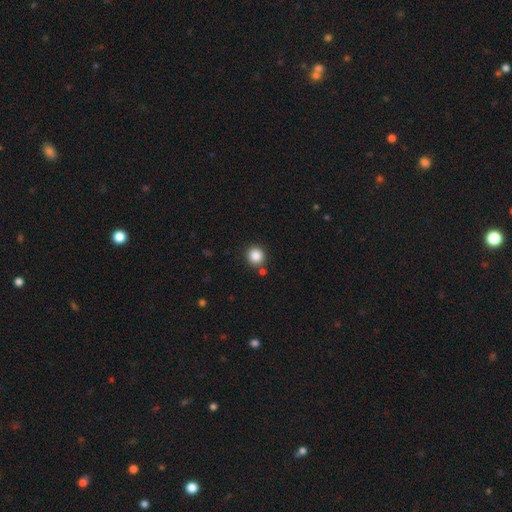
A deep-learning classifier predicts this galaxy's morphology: Smooth or featured? Predicted: smooth (p=0.86). How rounded? Predicted: round (p=0.92). Merging? Predicted: none (p=0.83).